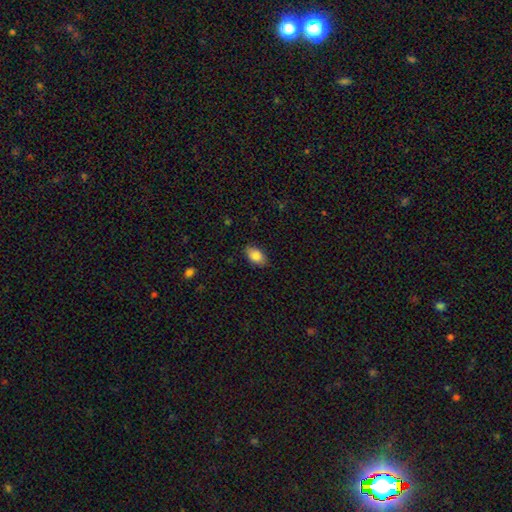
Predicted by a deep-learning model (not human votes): Q: Smooth or featured?
A: smooth (86%); runner-up: star or artifact (7%)
Q: How rounded?
A: in between (90%); runner-up: round (8%)
Q: Merging?
A: none (85%); runner-up: minor disturbance (12%)